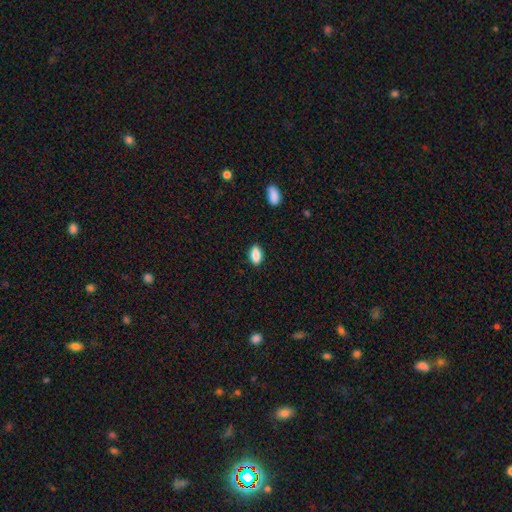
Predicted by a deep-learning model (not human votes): The model was most divided on "merging": none: 86%, minor disturbance: 10%, major disturbance: 2%, merger: 1%. More confident: how rounded — in between (90%); smooth or featured — smooth (87%).